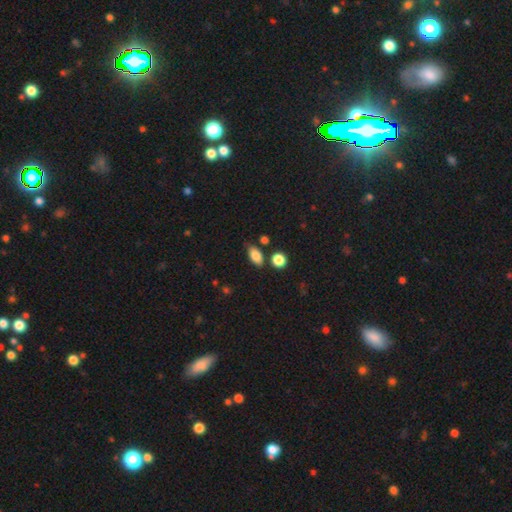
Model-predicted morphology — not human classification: Smooth or featured? smooth (83%)
How rounded? in between (86%)
Merging? none (72%)